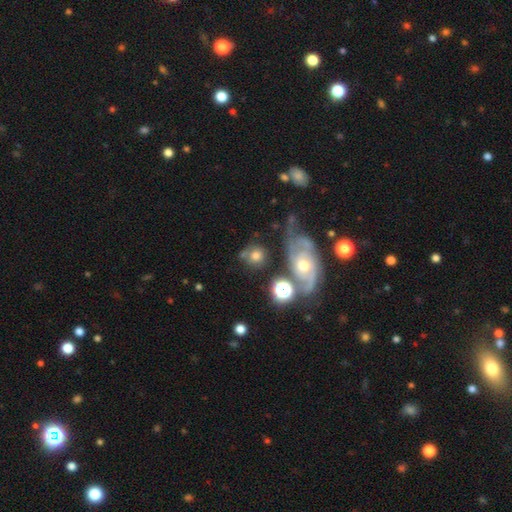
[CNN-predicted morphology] Smooth or featured? smooth (63%)
How rounded? round (80%)
Merging? none (56%)